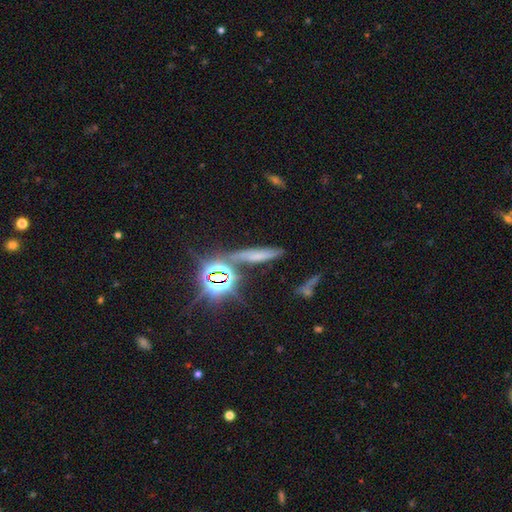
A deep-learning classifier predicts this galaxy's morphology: A smooth galaxy with no disk features (45%).

Vote fractions:
- Smooth or featured? smooth: 45% / star or artifact: 36% / featured or disk: 19%
- Merging? none: 70% / minor disturbance: 15% / merger: 9% / major disturbance: 6%